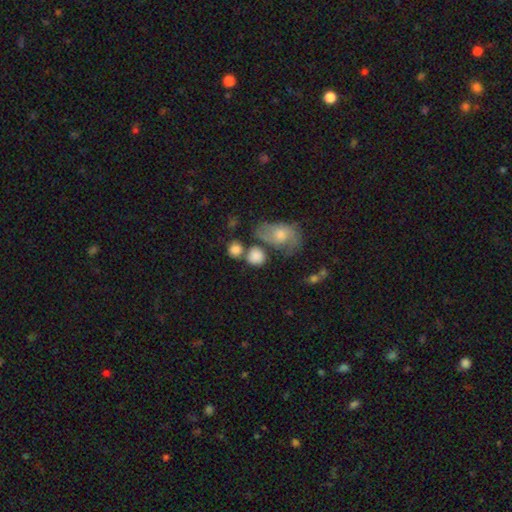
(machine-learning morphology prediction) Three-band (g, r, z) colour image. It shows a smooth galaxy with no disk features (78%) that is round (75%). Merging: none (49%).